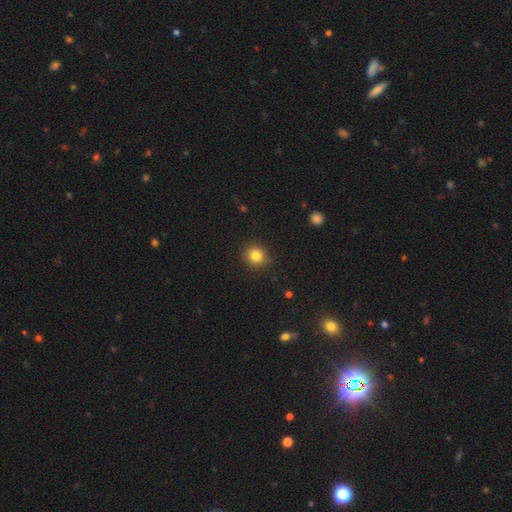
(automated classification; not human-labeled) Smooth or featured?
  - smooth: 83% *
  - star or artifact: 12%
  - featured or disk: 6%
How rounded?
  - round: 87% *
  - in between: 12%
  - cigar-shaped: 1%
Merging?
  - none: 88% *
  - minor disturbance: 9%
  - major disturbance: 2%
  - merger: 1%